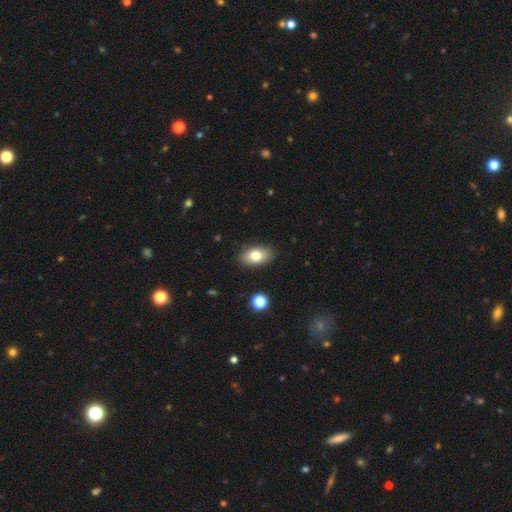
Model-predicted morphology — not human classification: A smooth galaxy with no disk features (79%) that is in between round and cigar-shaped (89%). Merging: none (87%).